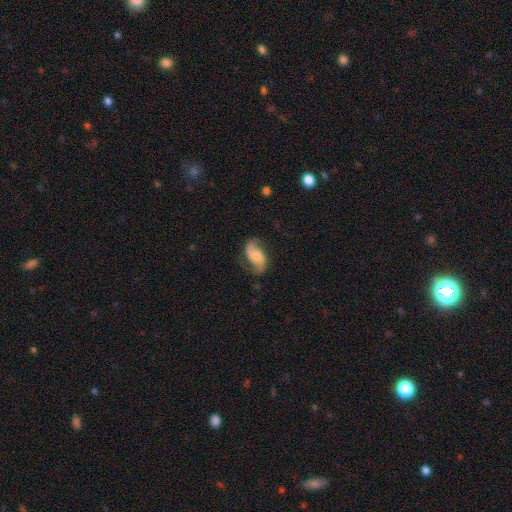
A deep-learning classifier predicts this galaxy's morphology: Smooth or featured: featured or disk — 69% (smooth — 24%)
Edge-on disk: no — 96% (yes — 4%)
Bar: no — 59% (weak — 31%)
Spiral arms: yes — 93% (no — 7%)
Spiral winding: loose — 57% (medium — 33%)
Spiral arm count: 2 — 89% (can't tell — 4%)
Bulge size: small — 39% (moderate — 35%)
Merging: none — 68% (minor disturbance — 20%)